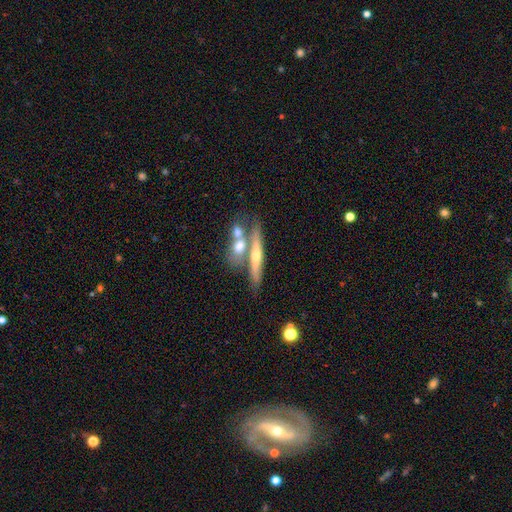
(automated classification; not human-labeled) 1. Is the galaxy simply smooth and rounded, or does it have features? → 61% featured or disk, 32% smooth, 7% star or artifact.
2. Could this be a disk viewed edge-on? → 87% yes, 13% no.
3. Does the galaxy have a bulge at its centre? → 85% rounded, 11% none, 3% boxy.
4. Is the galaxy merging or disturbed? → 54% none, 31% merger, 11% minor disturbance, 4% major disturbance.